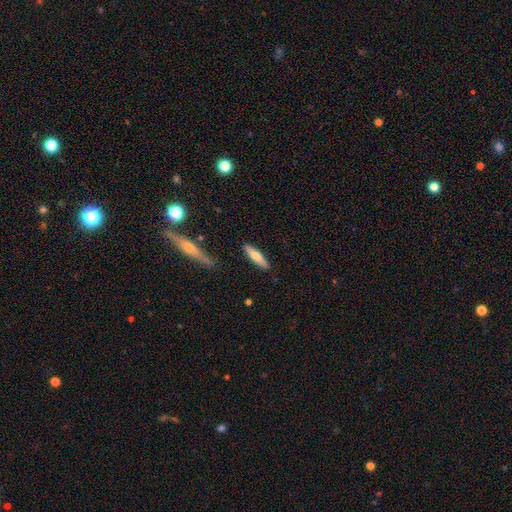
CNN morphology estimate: Smooth or featured? smooth (66%)
How rounded? cigar-shaped (67%)
Merging? none (86%)